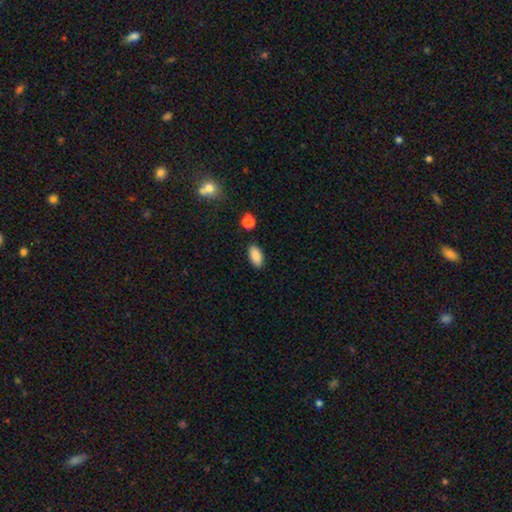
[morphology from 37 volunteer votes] Smooth or featured?
  - smooth: 97% *
  - featured or disk: 3%
  - star or artifact: 0%
How rounded?
  - in between: 86% *
  - cigar-shaped: 11%
  - round: 3%
Merging?
  - none: 65% *
  - minor disturbance: 27%
  - major disturbance: 5%
  - merger: 3%